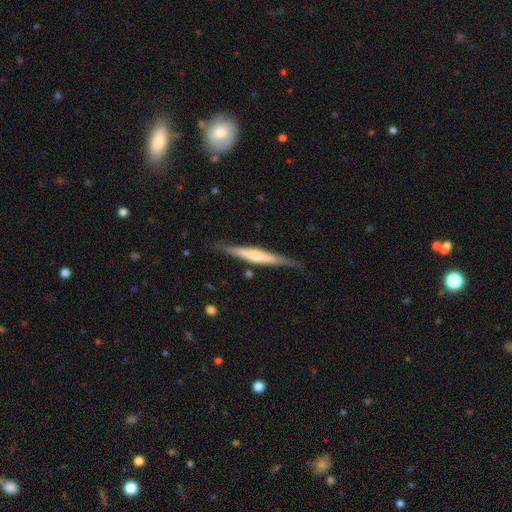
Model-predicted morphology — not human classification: smooth-or-featured: featured or disk: 61% | smooth: 34% | star or artifact: 5%
  disk-edge-on: yes: 96% | no: 4%
    edge-on-bulge: rounded: 66% | none: 22% | boxy: 12%
  merging: none: 80% | minor disturbance: 15% | major disturbance: 3% | merger: 2%